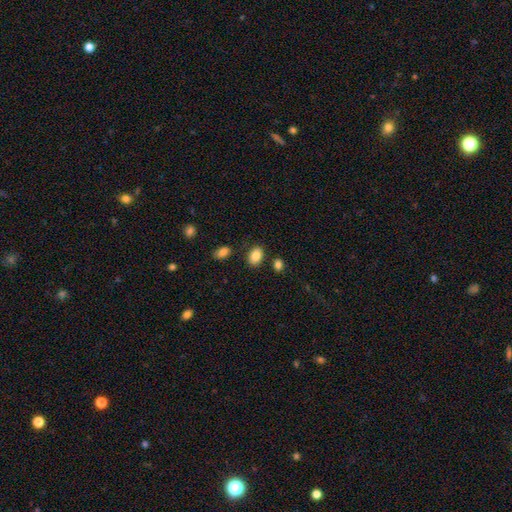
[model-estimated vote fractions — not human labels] Smooth or featured?
  - smooth: 85% *
  - star or artifact: 9%
  - featured or disk: 7%
How rounded?
  - in between: 80% *
  - round: 19%
  - cigar-shaped: 1%
Merging?
  - none: 82% *
  - minor disturbance: 10%
  - merger: 5%
  - major disturbance: 3%